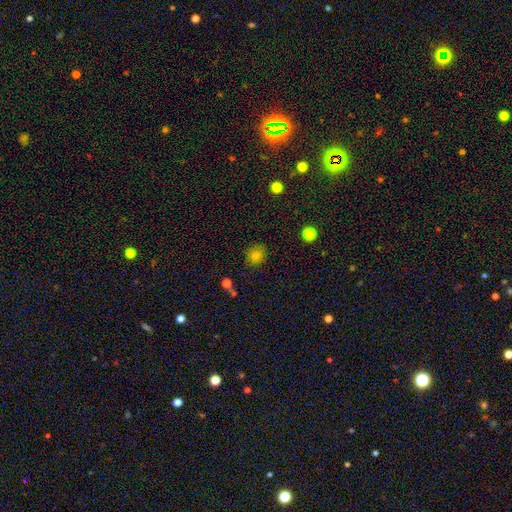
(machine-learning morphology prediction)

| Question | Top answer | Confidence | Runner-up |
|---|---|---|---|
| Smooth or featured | smooth | 80% | star or artifact (14%) |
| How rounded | round | 77% | in between (22%) |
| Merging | none | 86% | minor disturbance (10%) |